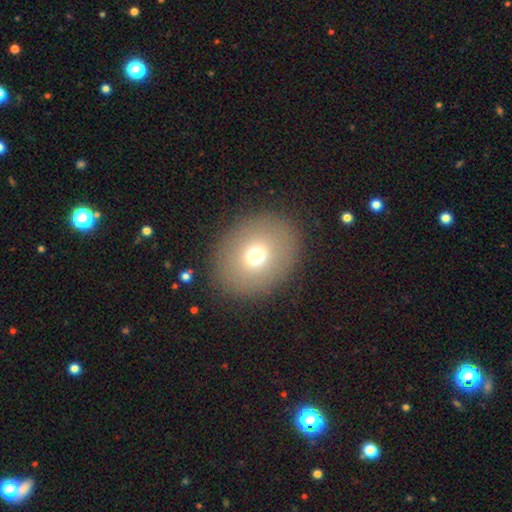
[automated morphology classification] Overall: smooth (69%). How rounded: round (60%; in between 39%). Merging: none (87%).